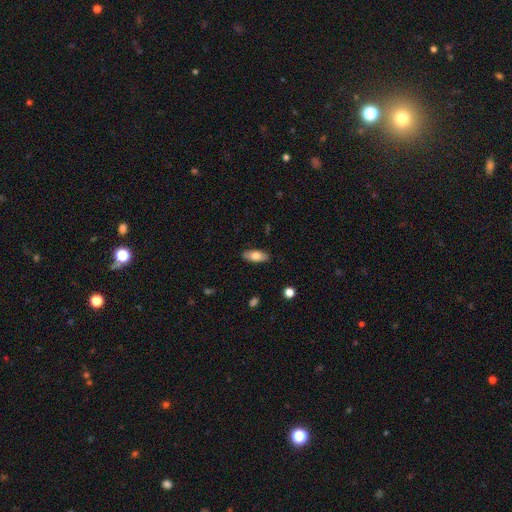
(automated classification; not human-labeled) A smooth galaxy with no disk features (75%) that is in between round and cigar-shaped (85%). Merging: none (87%).